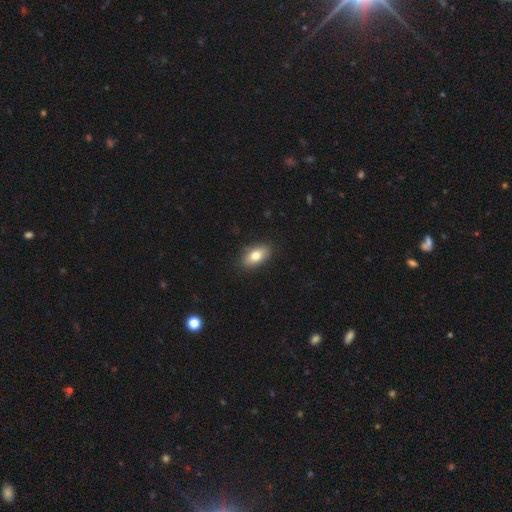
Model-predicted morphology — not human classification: type=smooth (78%); roundness=in between (88%); merging=none (86%).